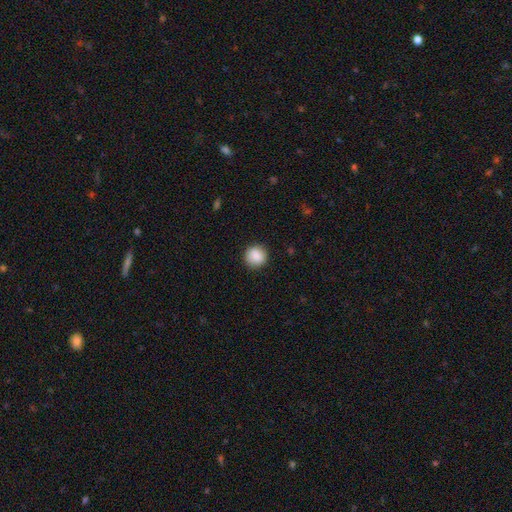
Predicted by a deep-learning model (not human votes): smooth 89%, star or artifact 8%, featured or disk 3%. Down the decision tree: how rounded — round (92%); merging — none (90%).